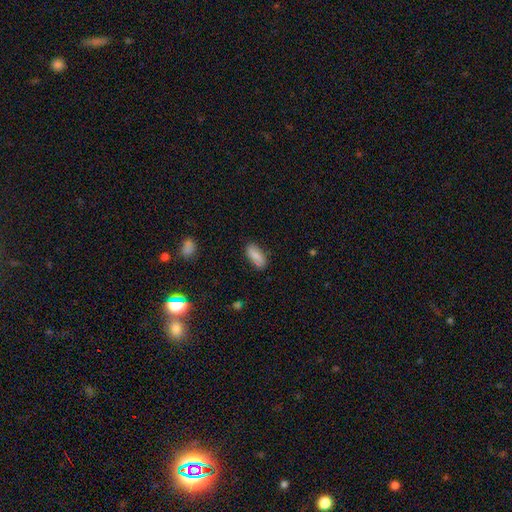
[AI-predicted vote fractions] Q: Smooth or featured?
A: smooth (81%); runner-up: featured or disk (12%)
Q: How rounded?
A: in between (84%); runner-up: cigar-shaped (13%)
Q: Merging?
A: none (83%); runner-up: minor disturbance (13%)